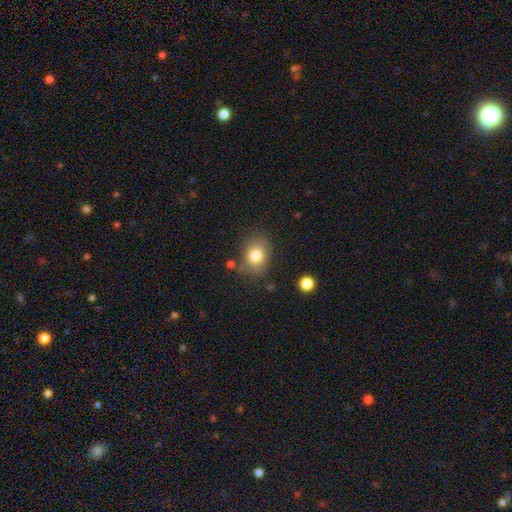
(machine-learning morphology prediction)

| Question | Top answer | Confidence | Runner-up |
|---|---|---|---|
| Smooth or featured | smooth | 79% | featured or disk (10%) |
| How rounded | in between | 51% | round (48%) |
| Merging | none | 73% | minor disturbance (17%) |